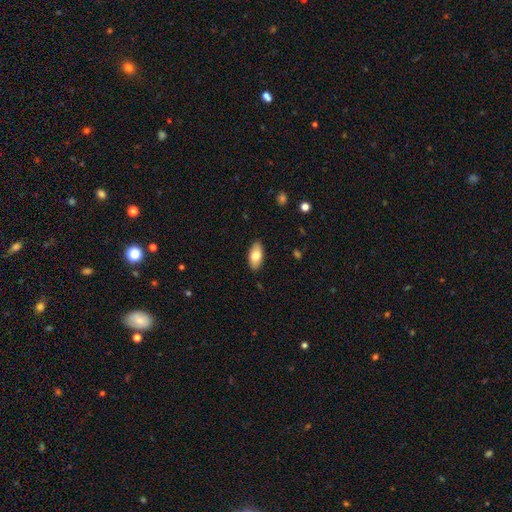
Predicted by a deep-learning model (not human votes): A smooth galaxy with no disk features (78%) that is in between round and cigar-shaped (92%). Merging: none (88%).